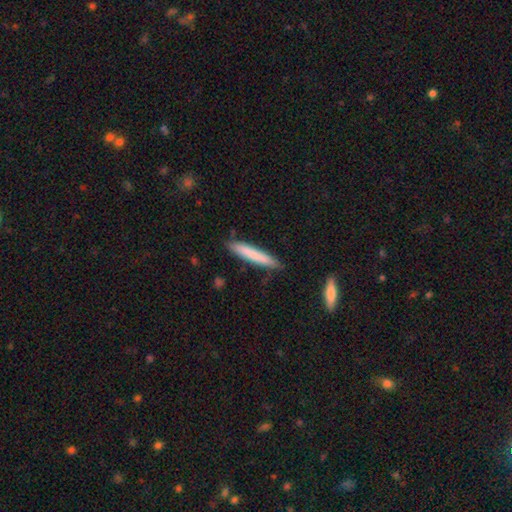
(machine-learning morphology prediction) smooth_or_featured: smooth (p=0.78) [alt: featured or disk p=0.17]
how_rounded: cigar-shaped (p=0.93) [alt: in between p=0.06]
merging: none (p=0.84) [alt: minor disturbance p=0.12]